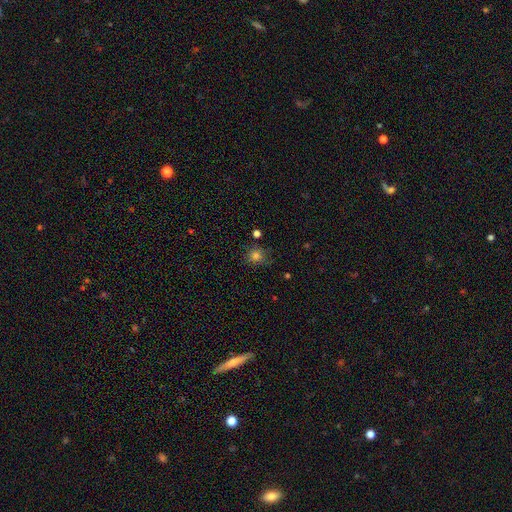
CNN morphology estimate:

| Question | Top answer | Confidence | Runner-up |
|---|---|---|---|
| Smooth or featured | smooth | 79% | star or artifact (15%) |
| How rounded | round | 85% | in between (14%) |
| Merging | none | 76% | minor disturbance (16%) |